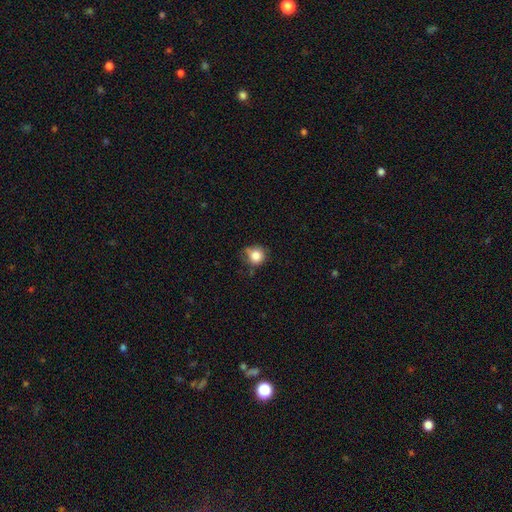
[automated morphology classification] Smooth or featured: smooth — 82% (star or artifact — 10%)
How rounded: round — 86% (in between — 13%)
Merging: none — 57% (minor disturbance — 31%)